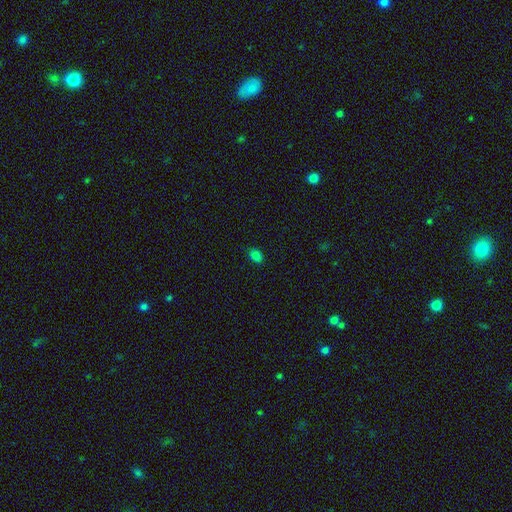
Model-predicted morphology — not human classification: smooth 80%, star or artifact 16%, featured or disk 3%. Down the decision tree: how rounded — in between (70%); merging — none (84%).